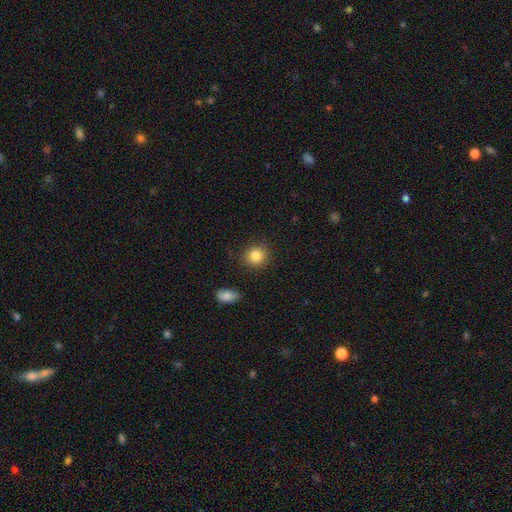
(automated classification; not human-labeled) The model was most divided on "how rounded": round: 87%, in between: 12%, cigar-shaped: 1%. More confident: merging — none (87%); smooth or featured — smooth (86%).